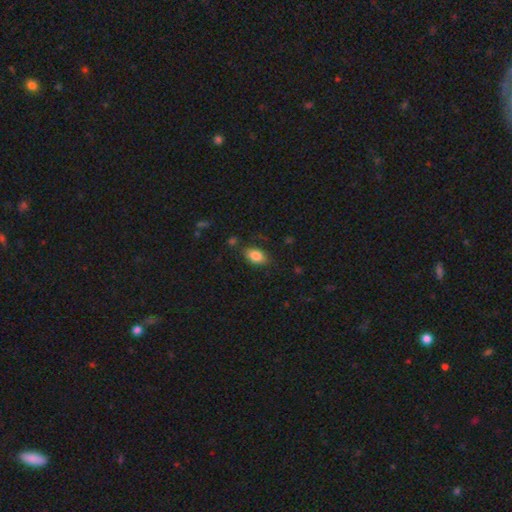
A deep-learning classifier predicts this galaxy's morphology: smooth_or_featured: smooth (p=0.83) [alt: featured or disk p=0.08]
how_rounded: in between (p=0.88) [alt: round p=0.09]
merging: none (p=0.78) [alt: minor disturbance p=0.15]